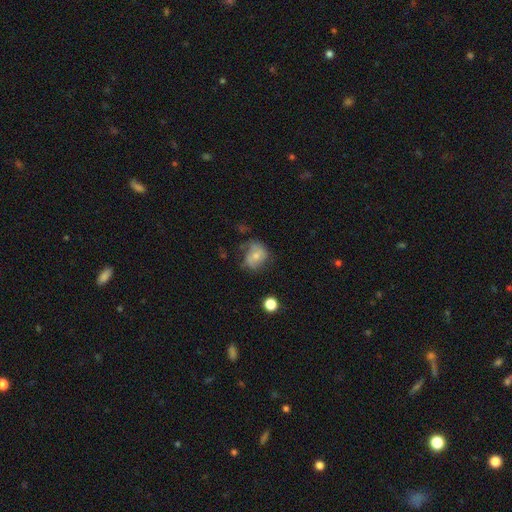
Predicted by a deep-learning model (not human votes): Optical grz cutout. It shows a smooth galaxy with no disk features (53%) that is round (55%). Merging: none (46%).